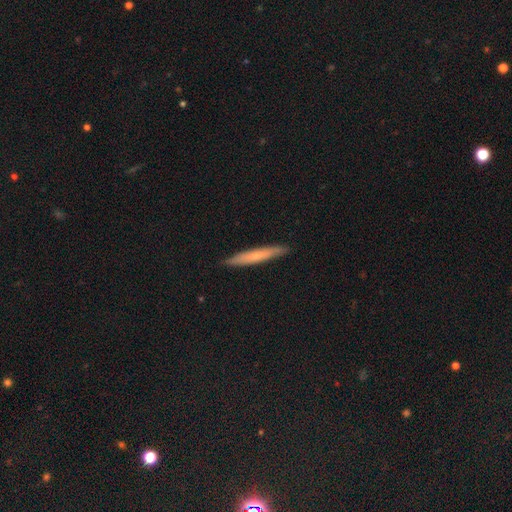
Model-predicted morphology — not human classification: A smooth galaxy with no disk features (53%) that is cigar-shaped (95%).

Vote fractions:
- Smooth or featured? smooth: 53% / featured or disk: 41% / star or artifact: 6%
- How rounded? cigar-shaped: 95% / in between: 4% / round: 1%
- Merging? none: 90% / minor disturbance: 8% / major disturbance: 1% / merger: 1%